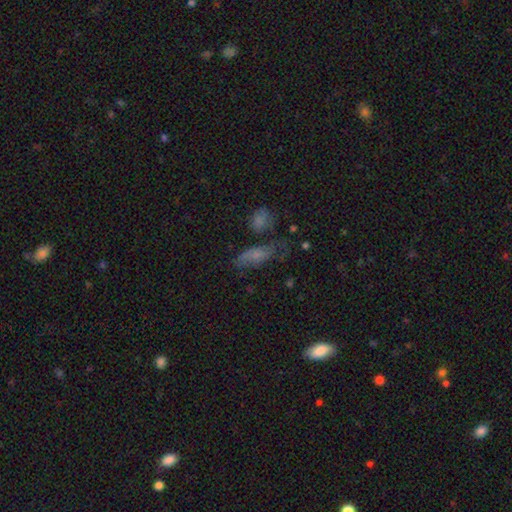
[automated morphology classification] This appears to be a smooth galaxy with no disk features (48%). Merging: none (47%).